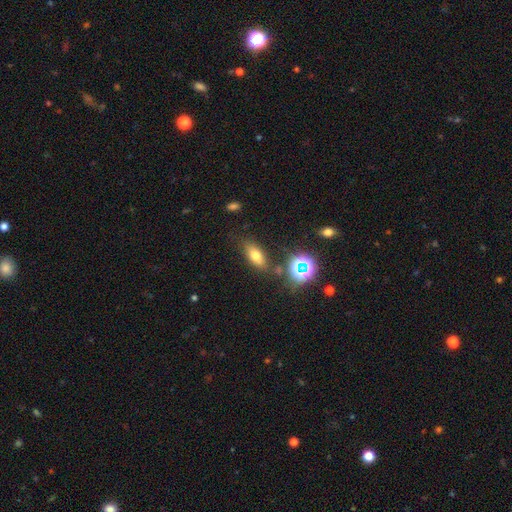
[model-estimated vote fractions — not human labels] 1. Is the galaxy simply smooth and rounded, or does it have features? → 65% smooth, 19% star or artifact, 16% featured or disk.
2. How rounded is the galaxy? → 73% in between, 16% cigar-shaped, 11% round.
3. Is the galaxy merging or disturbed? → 77% none, 13% minor disturbance, 6% merger, 4% major disturbance.